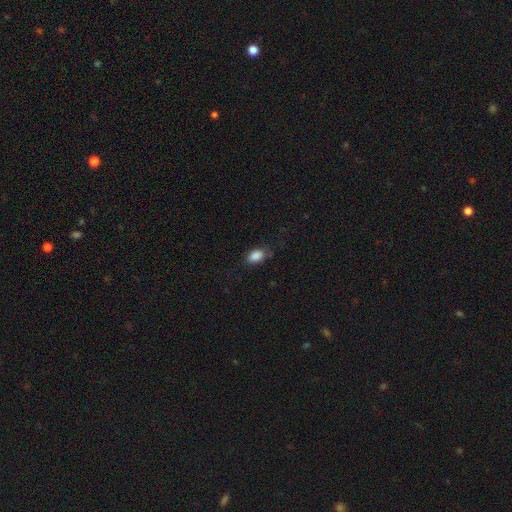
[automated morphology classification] Q: Smooth or featured?
A: smooth (87%); runner-up: star or artifact (8%)
Q: How rounded?
A: in between (89%); runner-up: round (9%)
Q: Merging?
A: none (72%); runner-up: minor disturbance (20%)